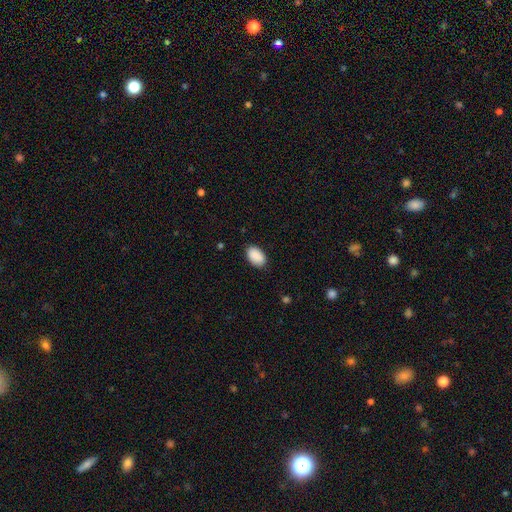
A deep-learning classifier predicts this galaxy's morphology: This is clearly a smooth galaxy (91%). How rounded: clearly in between (93%). Merging: clearly none (86%).